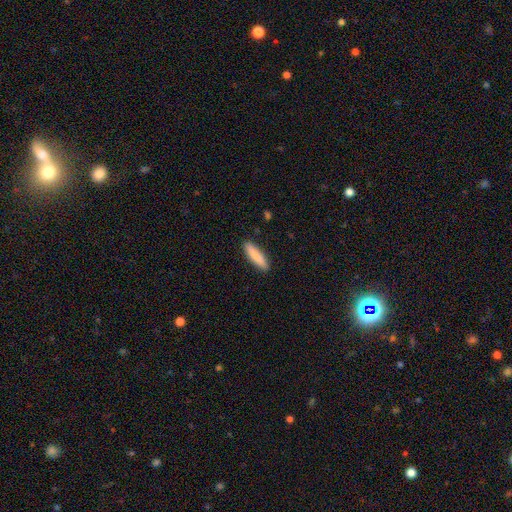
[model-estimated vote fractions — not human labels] Morphology: type=smooth (86%); roundness=cigar-shaped (75%); merging=none (90%).